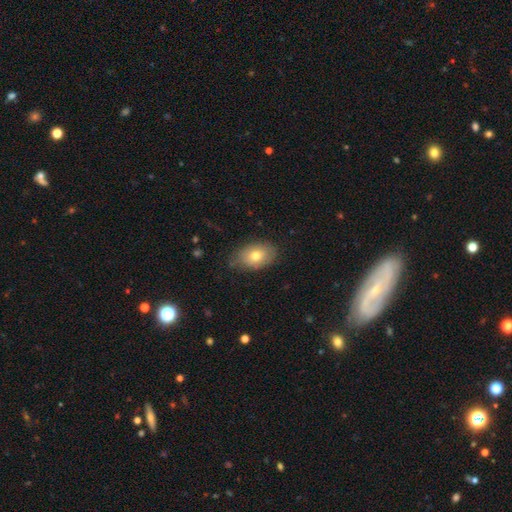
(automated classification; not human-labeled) smooth_or_featured: smooth (p=0.72) [alt: featured or disk p=0.21]
how_rounded: in between (p=0.85) [alt: round p=0.14]
merging: none (p=0.74) [alt: minor disturbance p=0.20]